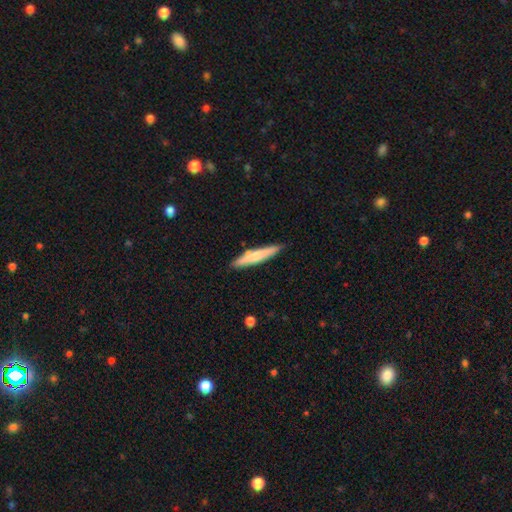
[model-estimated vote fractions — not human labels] smooth_or_featured: smooth (p=0.63) [alt: featured or disk p=0.32]
how_rounded: cigar-shaped (p=0.90) [alt: in between p=0.08]
merging: none (p=0.83) [alt: minor disturbance p=0.11]